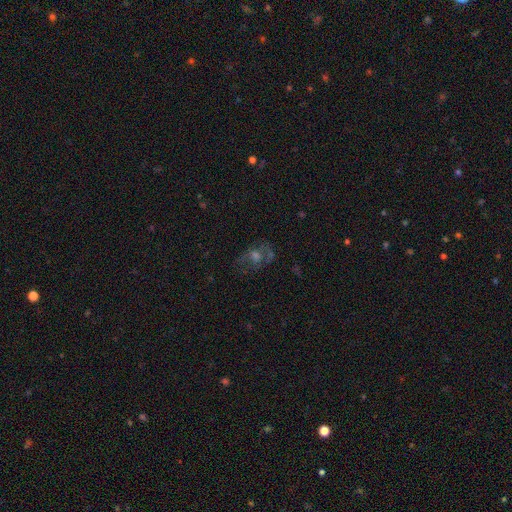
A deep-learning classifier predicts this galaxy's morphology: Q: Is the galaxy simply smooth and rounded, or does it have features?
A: featured or disk — 49%.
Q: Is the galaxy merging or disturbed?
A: none — 59%.